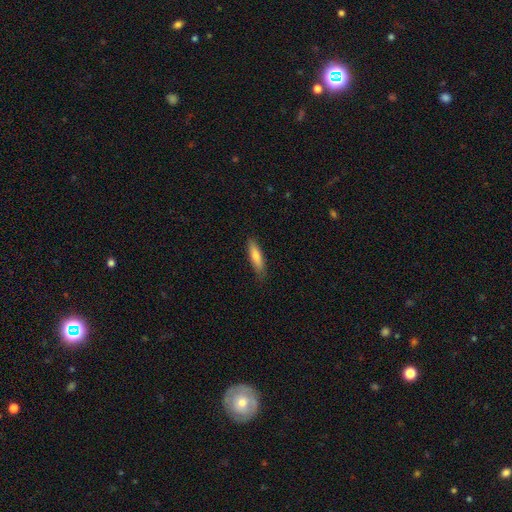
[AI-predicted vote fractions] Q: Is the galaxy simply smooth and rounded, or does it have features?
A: smooth — 73%.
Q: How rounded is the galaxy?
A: cigar-shaped — 72%.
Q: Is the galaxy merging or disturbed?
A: none — 81%.